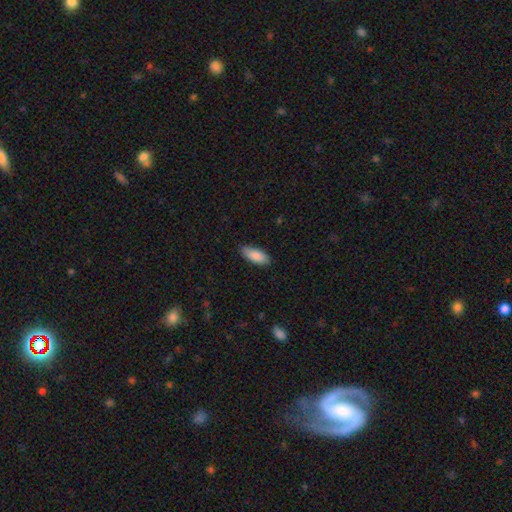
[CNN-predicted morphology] This appears to be a smooth galaxy with no disk features (88%) that is in between round and cigar-shaped (82%). Merging: none (86%).